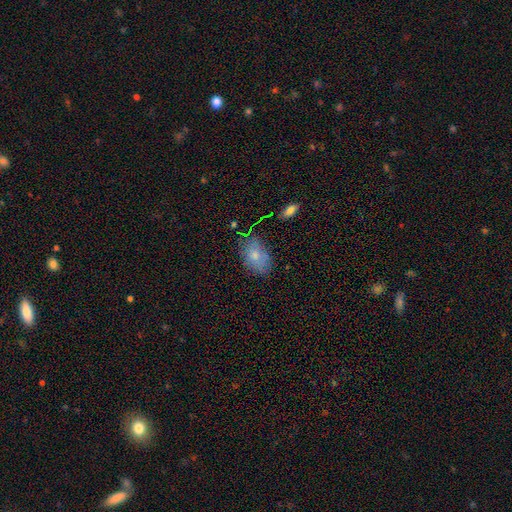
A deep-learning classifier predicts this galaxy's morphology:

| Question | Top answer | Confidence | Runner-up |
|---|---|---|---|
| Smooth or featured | smooth | 76% | featured or disk (14%) |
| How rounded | in between | 86% | round (12%) |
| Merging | none | 69% | minor disturbance (22%) |